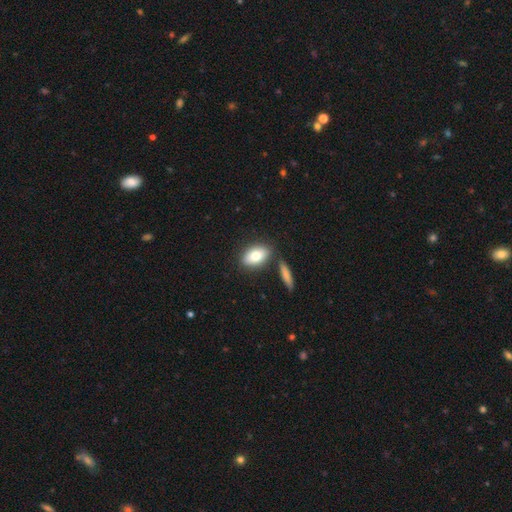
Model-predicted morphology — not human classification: smooth_or_featured: smooth (p=0.77) [alt: featured or disk p=0.16]
how_rounded: in between (p=0.87) [alt: round p=0.09]
merging: none (p=0.73) [alt: merger p=0.13]